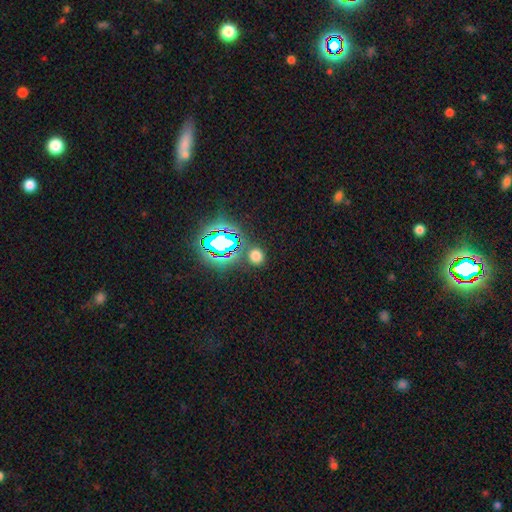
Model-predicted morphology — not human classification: type=smooth (63%); roundness=round (82%); merging=none (83%).